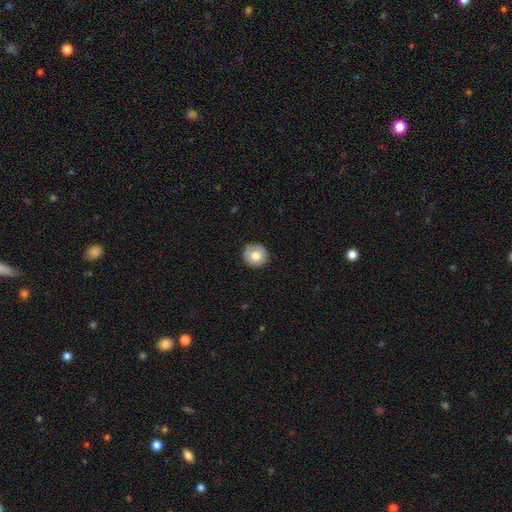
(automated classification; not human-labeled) Smooth or featured?
  - smooth: 77% *
  - featured or disk: 15%
  - star or artifact: 9%
How rounded?
  - round: 93% *
  - in between: 6%
  - cigar-shaped: 1%
Merging?
  - none: 83% *
  - minor disturbance: 13%
  - major disturbance: 2%
  - merger: 1%